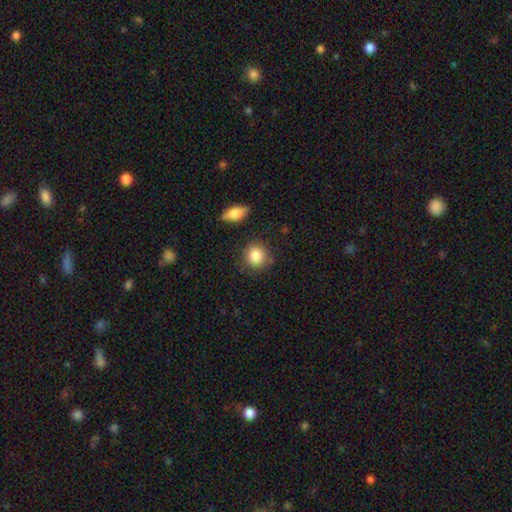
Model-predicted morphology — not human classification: A smooth galaxy with no disk features (86%) that is round (84%). Merging: none (83%).